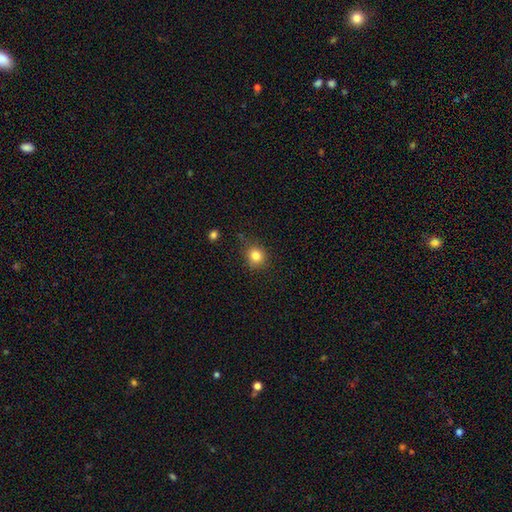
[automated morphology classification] Smooth or featured? Predicted: smooth (p=0.82). How rounded? Predicted: round (p=0.86). Merging? Predicted: none (p=0.81).